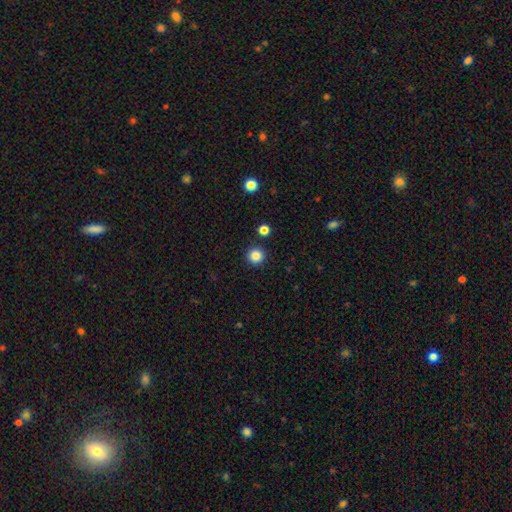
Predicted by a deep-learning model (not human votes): Smooth or featured? smooth (85%)
How rounded? round (95%)
Merging? none (91%)